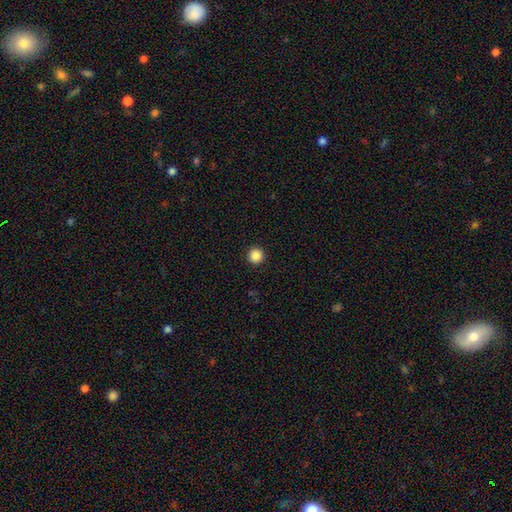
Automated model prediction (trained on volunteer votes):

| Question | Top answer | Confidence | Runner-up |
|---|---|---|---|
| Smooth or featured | smooth | 87% | star or artifact (11%) |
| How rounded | round | 96% | in between (3%) |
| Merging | none | 94% | minor disturbance (4%) |